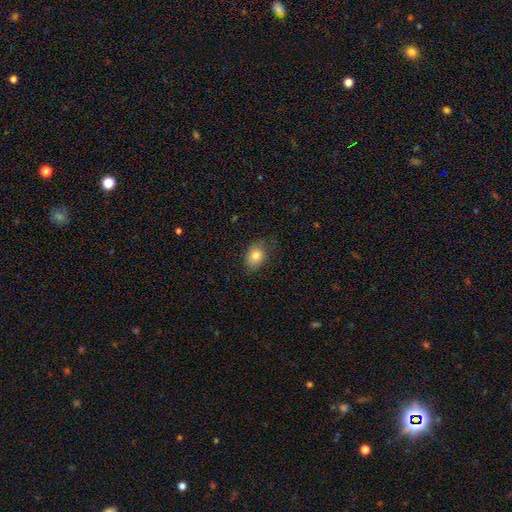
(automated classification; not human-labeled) Smooth or featured? Predicted: smooth (p=0.80). How rounded? Predicted: in between (p=0.69). Merging? Predicted: none (p=0.78).